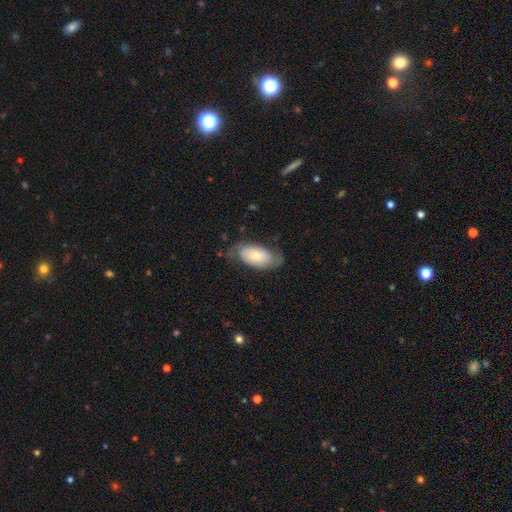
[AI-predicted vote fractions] Smooth or featured?
  - smooth: 48% *
  - featured or disk: 46%
  - star or artifact: 6%
Merging?
  - none: 61% *
  - minor disturbance: 25%
  - major disturbance: 13%
  - merger: 1%